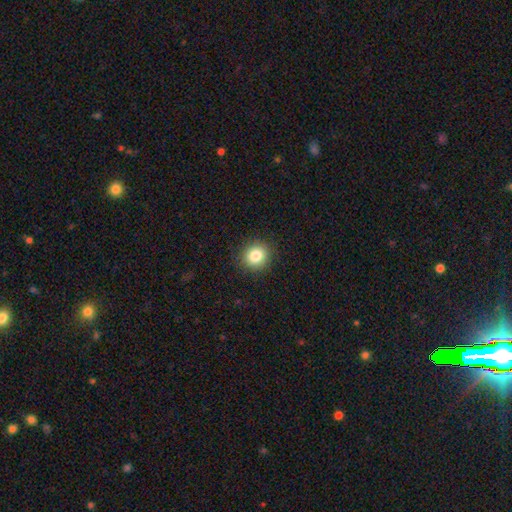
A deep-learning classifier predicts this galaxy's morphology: Smooth or featured?
  - smooth: 84% *
  - star or artifact: 10%
  - featured or disk: 6%
How rounded?
  - round: 84% *
  - in between: 15%
  - cigar-shaped: 1%
Merging?
  - none: 91% *
  - minor disturbance: 6%
  - major disturbance: 2%
  - merger: 1%